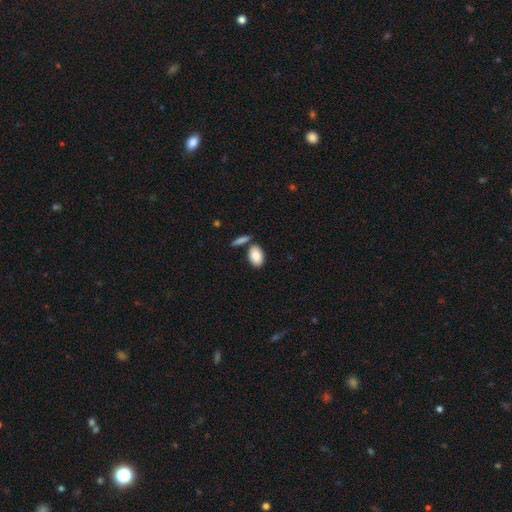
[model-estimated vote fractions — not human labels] smooth-or-featured: smooth: 88% | star or artifact: 6% | featured or disk: 6%
  how-rounded: in between: 92% | round: 6% | cigar-shaped: 2%
  merging: none: 71% | merger: 14% | minor disturbance: 12% | major disturbance: 3%